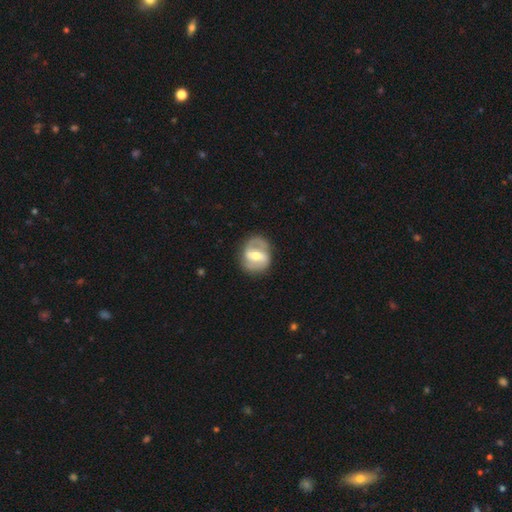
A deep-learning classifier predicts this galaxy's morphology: Smooth or featured? Predicted: featured or disk (p=0.76). Edge-on disk? Predicted: no (p=0.96). Bar? Predicted: strong (p=0.50). Spiral arms? Predicted: yes (p=0.79). Spiral winding? Predicted: medium (p=0.47). Spiral arm count? Predicted: 2 (p=0.85). Bulge size? Predicted: moderate (p=0.69). Merging? Predicted: none (p=0.79).